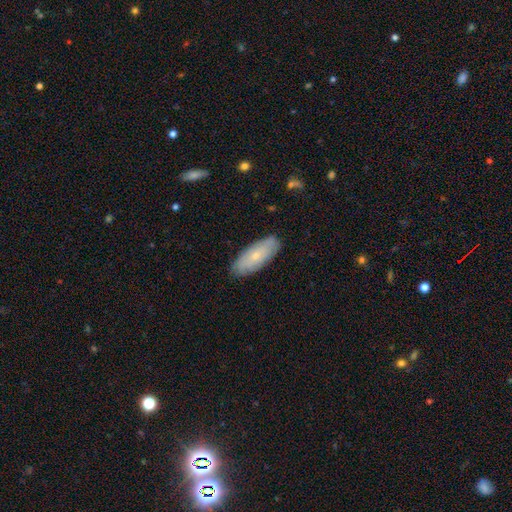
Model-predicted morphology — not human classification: Overall: smooth (60%; featured or disk 34%). How rounded: in between (79%). Merging: none (84%).